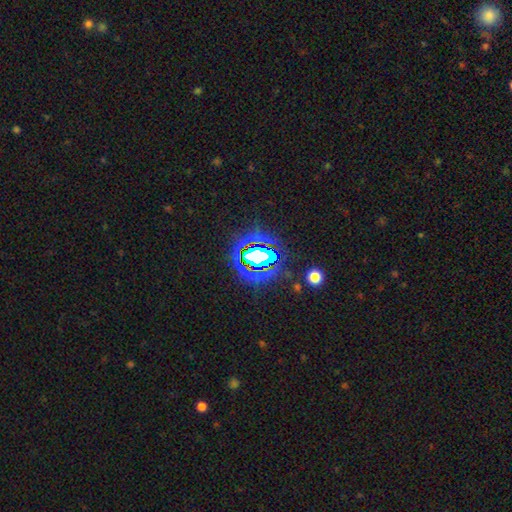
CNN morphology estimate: Smooth or featured?
  - star or artifact: 69% *
  - smooth: 17%
  - featured or disk: 14%